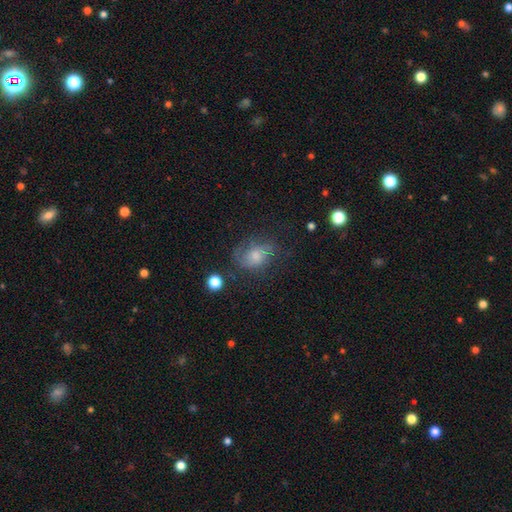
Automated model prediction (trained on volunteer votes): Q: Smooth or featured?
A: smooth (43%); runner-up: featured or disk (41%)
Q: Merging?
A: none (59%); runner-up: minor disturbance (24%)